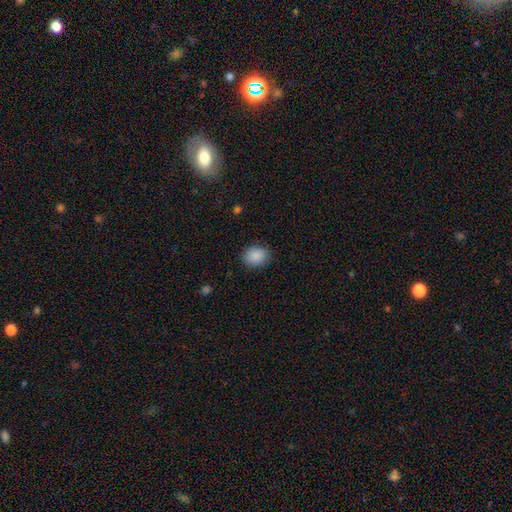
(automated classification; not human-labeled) Q: Smooth or featured?
A: smooth (89%); runner-up: star or artifact (8%)
Q: How rounded?
A: in between (55%); runner-up: round (45%)
Q: Merging?
A: none (87%); runner-up: minor disturbance (9%)